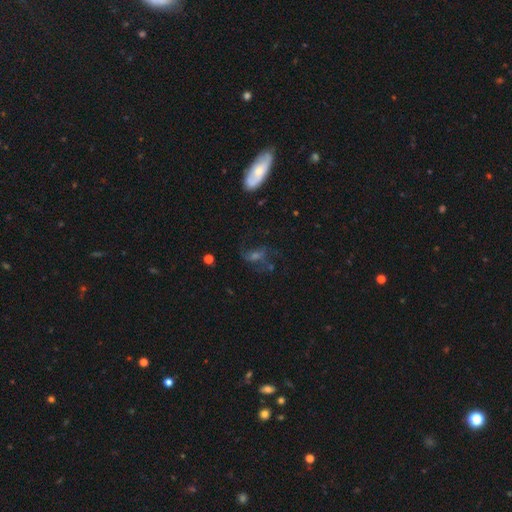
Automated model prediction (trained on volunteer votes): This is possibly a featured or disk galaxy (51%). It is clearly not viewed edge-on (90%). Merging: likely none (60%).